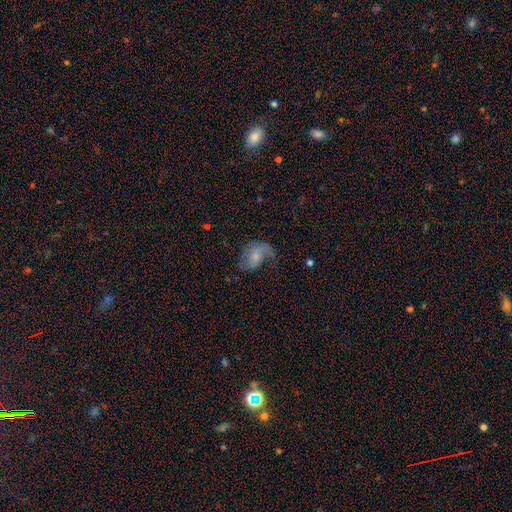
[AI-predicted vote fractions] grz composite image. It shows a featured or disk galaxy (61%) with no bar (59%), spiral arms (83%) and a small central bulge (47%). Merging: major disturbance (38%).